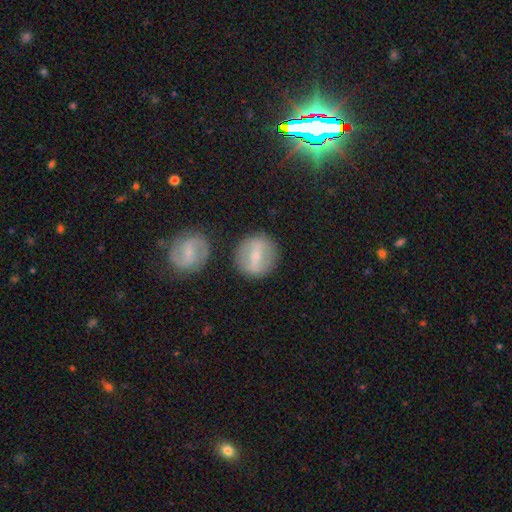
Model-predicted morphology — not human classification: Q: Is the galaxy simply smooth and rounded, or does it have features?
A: featured or disk — 52%.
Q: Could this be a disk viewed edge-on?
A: no — 85%.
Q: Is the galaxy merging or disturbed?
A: none — 81%.